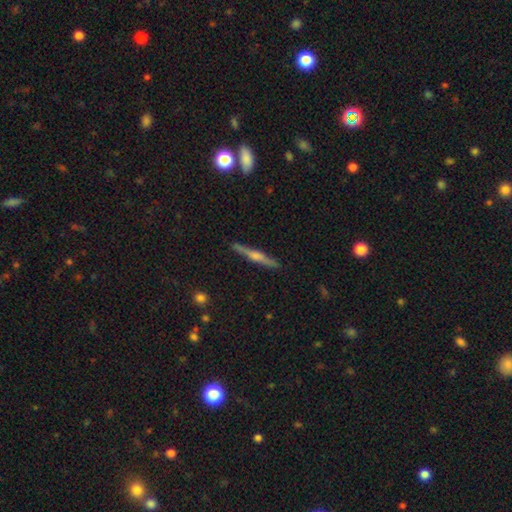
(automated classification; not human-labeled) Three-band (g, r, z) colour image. It shows a featured or disk galaxy (65%) viewed edge-on (96%) with a rounded central bulge (85%). Merging: none (88%).